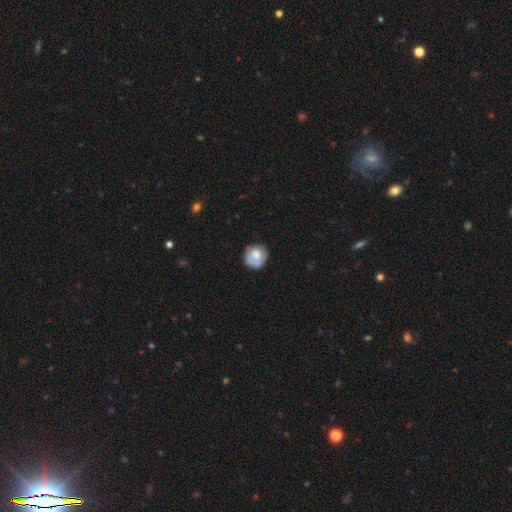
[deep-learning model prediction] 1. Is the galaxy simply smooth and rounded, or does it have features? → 69% smooth, 24% featured or disk, 7% star or artifact.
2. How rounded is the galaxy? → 84% round, 15% in between, 1% cigar-shaped.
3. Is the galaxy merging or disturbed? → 66% none, 23% minor disturbance, 8% major disturbance, 3% merger.